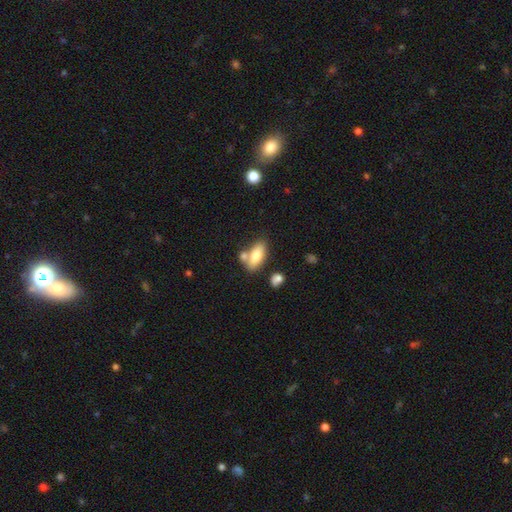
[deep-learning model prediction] smooth 77%, featured or disk 15%, star or artifact 7%. Down the decision tree: how rounded — in between (84%); merging — none (54%).